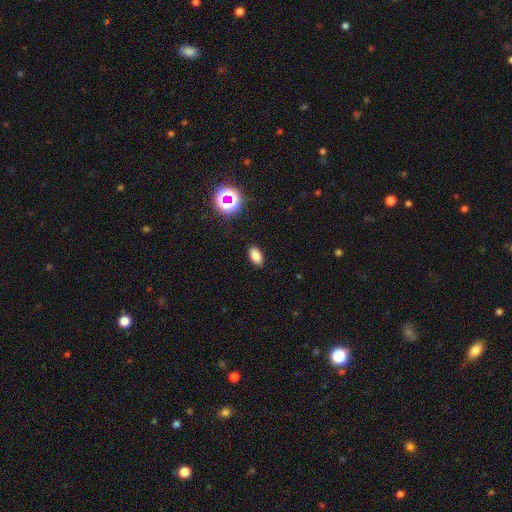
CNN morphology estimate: Q: Smooth or featured?
A: smooth (80%); runner-up: star or artifact (14%)
Q: How rounded?
A: in between (91%); runner-up: round (7%)
Q: Merging?
A: none (89%); runner-up: minor disturbance (8%)